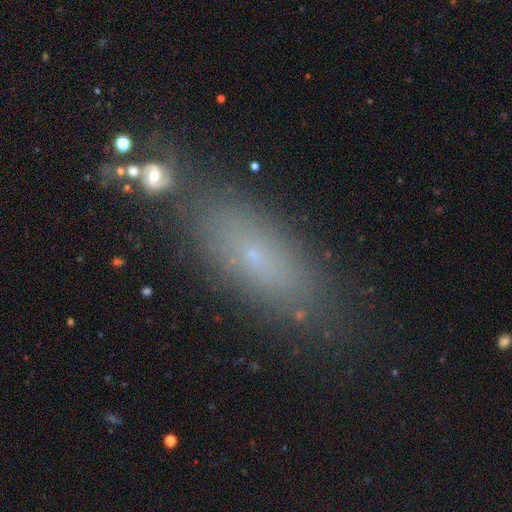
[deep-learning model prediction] This is possibly a smooth galaxy (57%). How rounded: likely in between (60%). Merging: clearly none (81%).